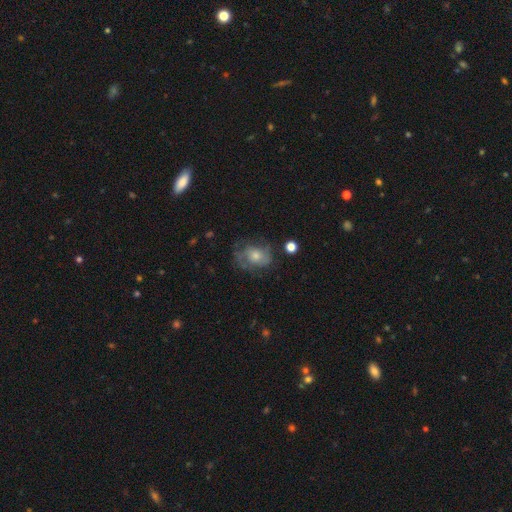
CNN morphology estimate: Smooth or featured?
  - featured or disk: 48% *
  - smooth: 43%
  - star or artifact: 9%
Merging?
  - none: 53% *
  - minor disturbance: 25%
  - major disturbance: 20%
  - merger: 2%